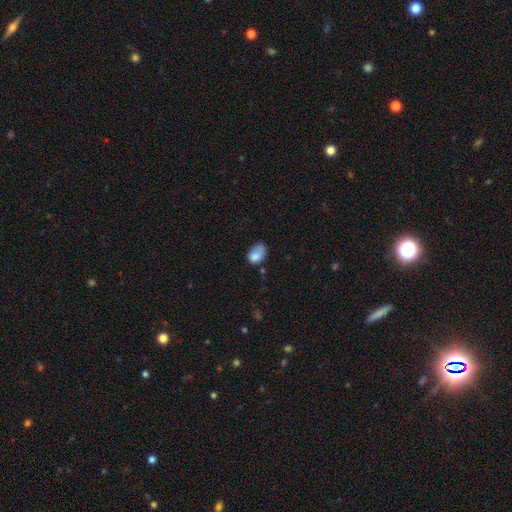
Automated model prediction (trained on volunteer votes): This appears to be a smooth galaxy with no disk features (80%) that is in between round and cigar-shaped (81%). Merging: none (42%).